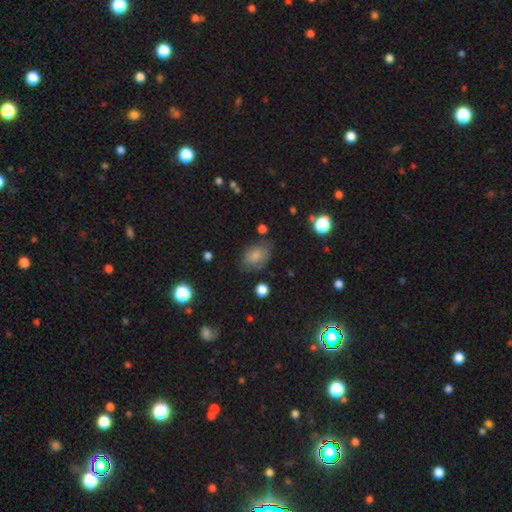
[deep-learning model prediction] This appears to be a smooth galaxy with no disk features (74%) that is in between round and cigar-shaped (80%). Merging: none (62%).